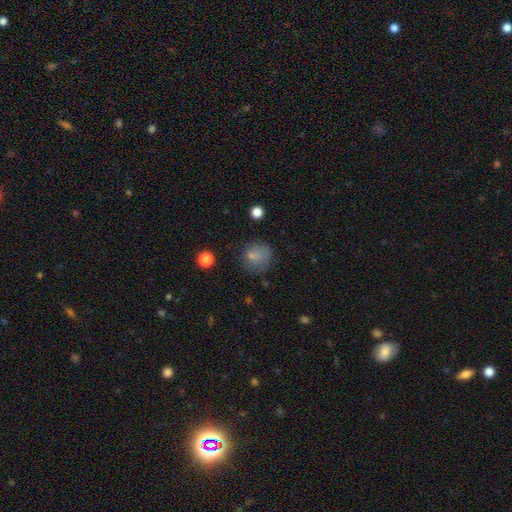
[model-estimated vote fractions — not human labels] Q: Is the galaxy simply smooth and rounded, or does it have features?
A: smooth — 75%.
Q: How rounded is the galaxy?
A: round — 80%.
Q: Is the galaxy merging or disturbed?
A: none — 62%.